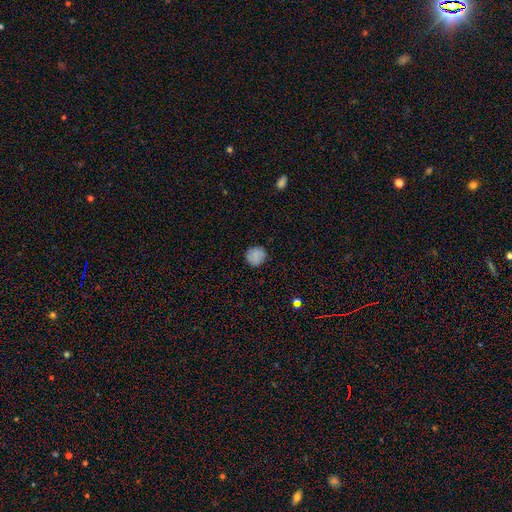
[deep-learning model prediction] This is clearly a smooth galaxy (84%). How rounded: clearly round (89%). Merging: clearly none (86%).